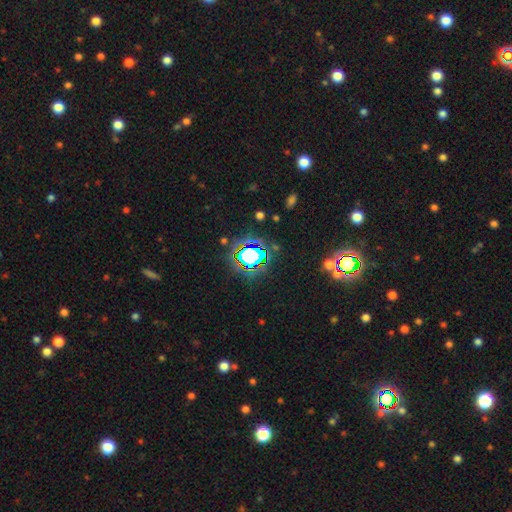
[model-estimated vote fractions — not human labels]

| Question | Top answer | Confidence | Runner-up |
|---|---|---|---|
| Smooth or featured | star or artifact | 73% | smooth (16%) |